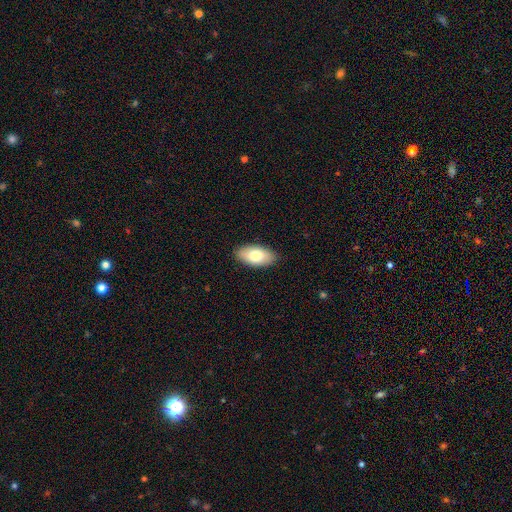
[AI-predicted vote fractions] A smooth galaxy with no disk features (79%) that is in between round and cigar-shaped (93%). Merging: none (88%).